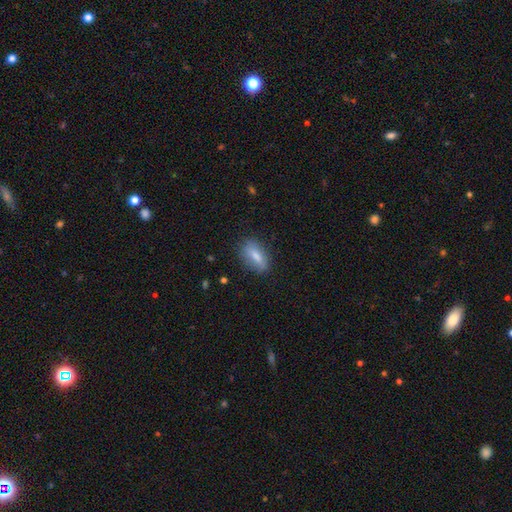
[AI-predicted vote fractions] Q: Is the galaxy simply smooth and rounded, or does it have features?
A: smooth — 75%.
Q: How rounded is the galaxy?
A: in between — 82%.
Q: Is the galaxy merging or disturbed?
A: none — 76%.